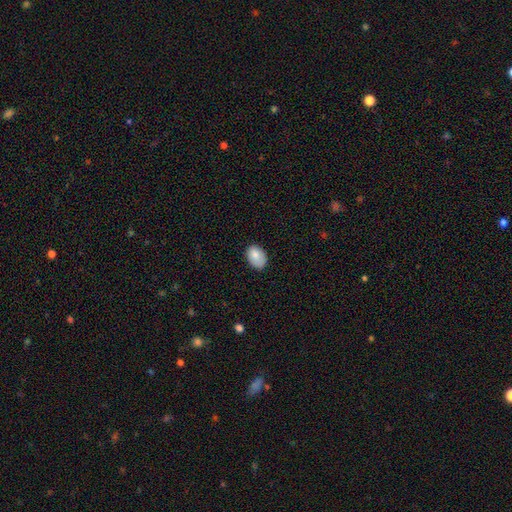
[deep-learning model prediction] Overall: smooth (83%). How rounded: in between (83%). Merging: none (74%).